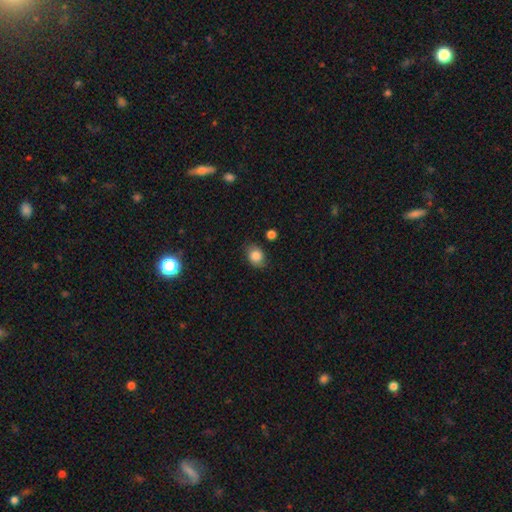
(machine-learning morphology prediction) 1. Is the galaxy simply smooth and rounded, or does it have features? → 82% smooth, 9% star or artifact, 9% featured or disk.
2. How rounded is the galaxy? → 53% in between, 46% round, 1% cigar-shaped.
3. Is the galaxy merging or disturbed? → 74% none, 20% minor disturbance, 4% major disturbance, 2% merger.